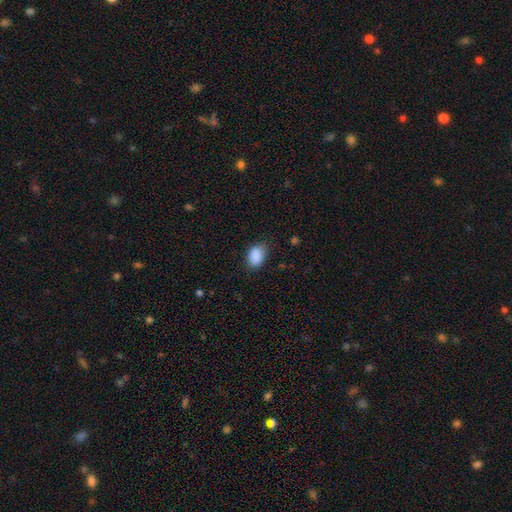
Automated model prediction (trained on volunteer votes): Morphology: type=smooth (89%); roundness=in between (84%); merging=none (78%).